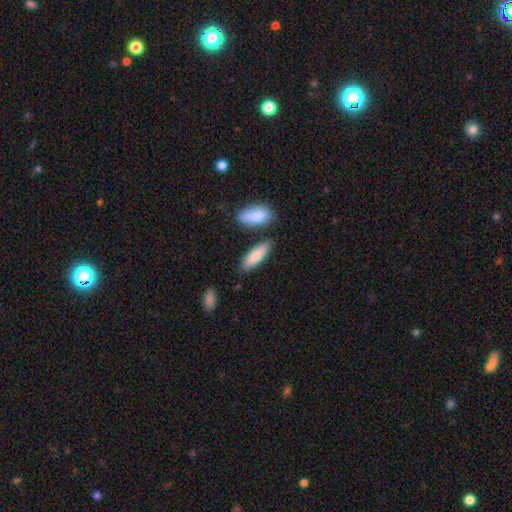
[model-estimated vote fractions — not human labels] This appears to be a smooth galaxy with no disk features (84%) that is in between round and cigar-shaped (56%). Merging: none (76%).